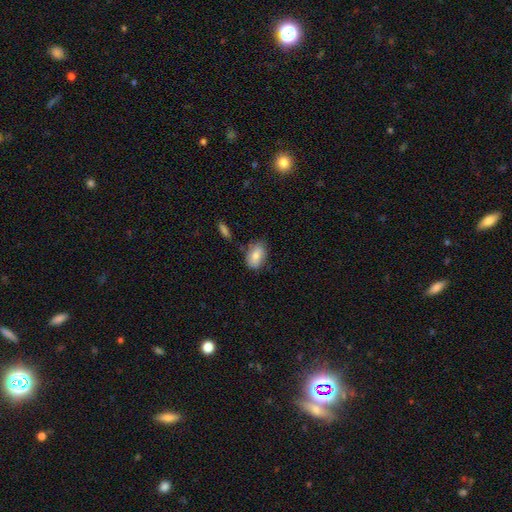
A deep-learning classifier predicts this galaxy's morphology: type=smooth (73%); roundness=in between (86%); merging=none (63%).